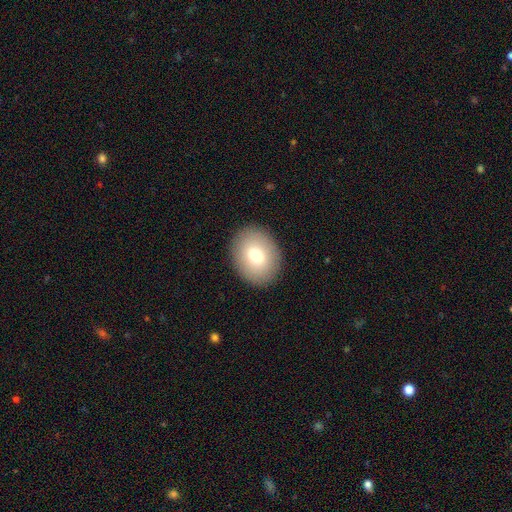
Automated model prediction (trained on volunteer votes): The model was most divided on "how rounded": in between: 54%, round: 46%, cigar-shaped: 1%. More confident: merging — none (90%); smooth or featured — smooth (74%).